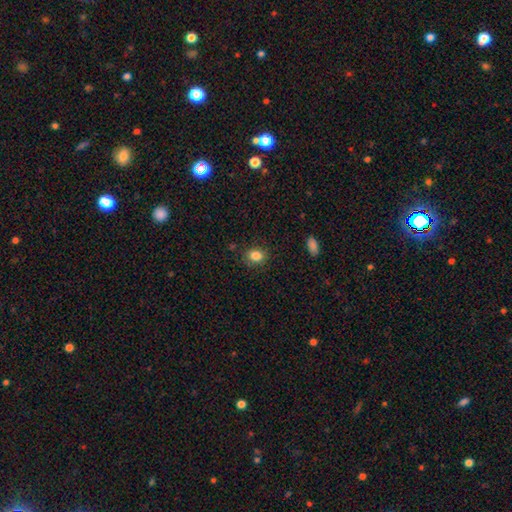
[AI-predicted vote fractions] smooth-or-featured: smooth: 85% | star or artifact: 10% | featured or disk: 5%
  how-rounded: in between: 52% | round: 47% | cigar-shaped: 1%
  merging: none: 83% | minor disturbance: 12% | major disturbance: 3% | merger: 2%